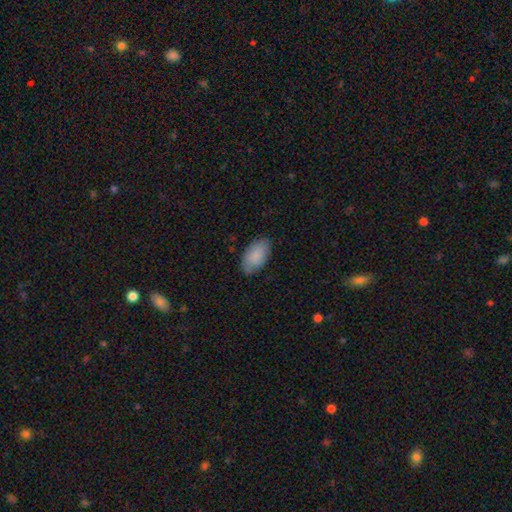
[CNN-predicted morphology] Smooth or featured? Predicted: smooth (p=0.86). How rounded? Predicted: in between (p=0.95). Merging? Predicted: none (p=0.75).